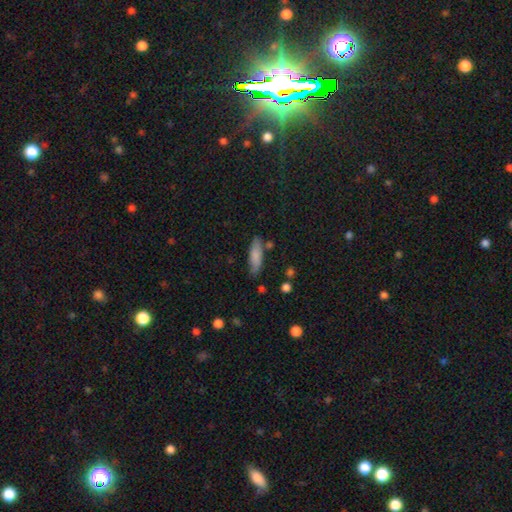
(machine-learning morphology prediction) Smooth or featured: smooth — 81% (featured or disk — 12%)
How rounded: in between — 55% (cigar-shaped — 43%)
Merging: none — 76% (minor disturbance — 16%)